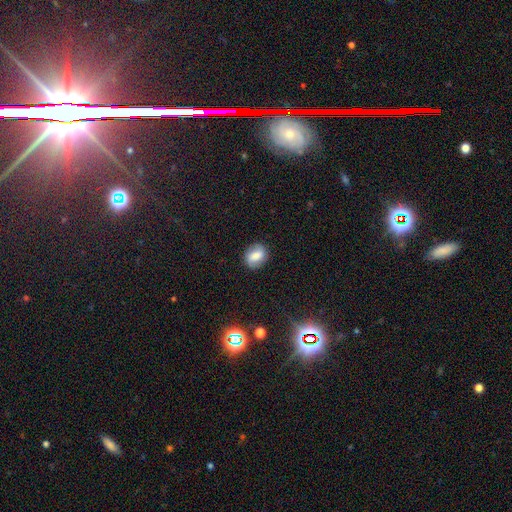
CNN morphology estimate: smooth_or_featured: smooth (p=0.59) [alt: featured or disk p=0.30]
how_rounded: round (p=0.51) [alt: in between p=0.47]
merging: none (p=0.84) [alt: minor disturbance p=0.12]